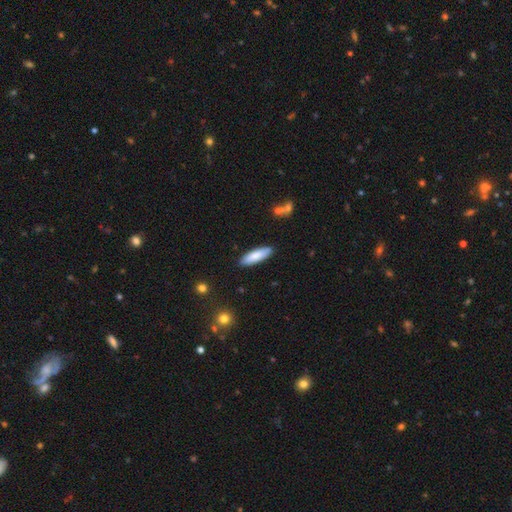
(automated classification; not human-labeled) Smooth or featured? smooth (81%)
How rounded? cigar-shaped (56%)
Merging? none (87%)